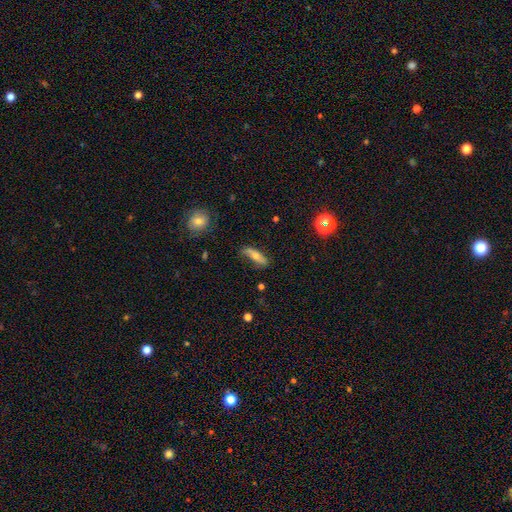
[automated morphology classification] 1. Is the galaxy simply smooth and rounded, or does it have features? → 58% smooth, 34% featured or disk, 9% star or artifact.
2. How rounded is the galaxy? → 61% cigar-shaped, 36% in between, 3% round.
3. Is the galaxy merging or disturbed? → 65% none, 25% minor disturbance, 7% major disturbance, 3% merger.